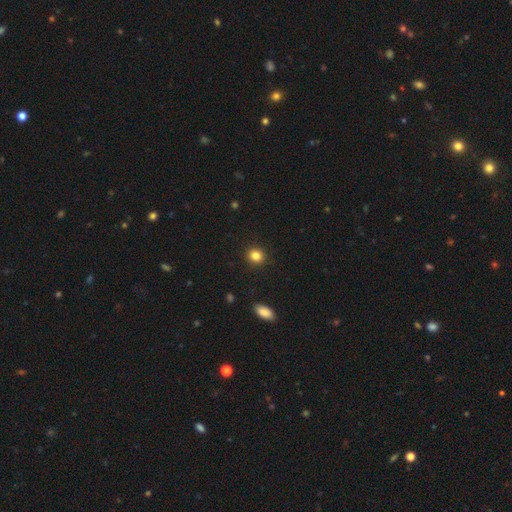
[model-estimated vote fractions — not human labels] A smooth galaxy with no disk features (84%) that is round (79%). Merging: none (91%).